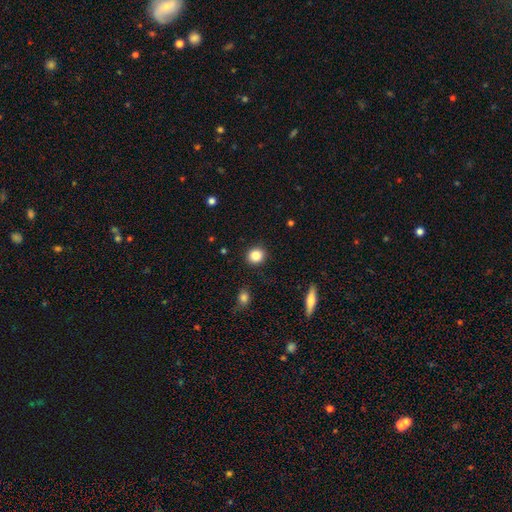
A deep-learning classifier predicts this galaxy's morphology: smooth-or-featured: smooth: 85% | star or artifact: 10% | featured or disk: 5%
  how-rounded: round: 83% | in between: 16% | cigar-shaped: 1%
  merging: none: 90% | minor disturbance: 6% | major disturbance: 2% | merger: 1%